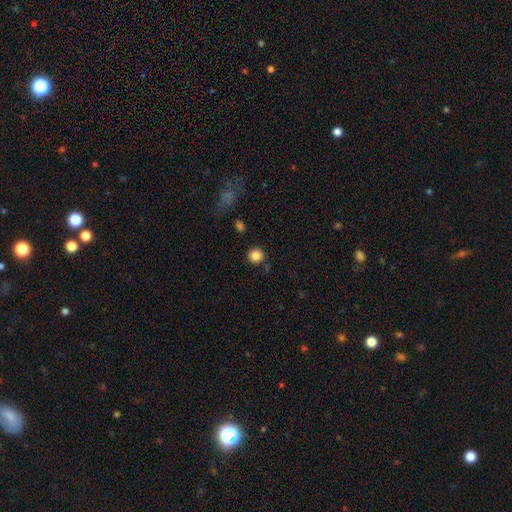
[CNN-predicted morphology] smooth 84%, star or artifact 11%, featured or disk 5%. Down the decision tree: how rounded — round (93%); merging — none (87%).